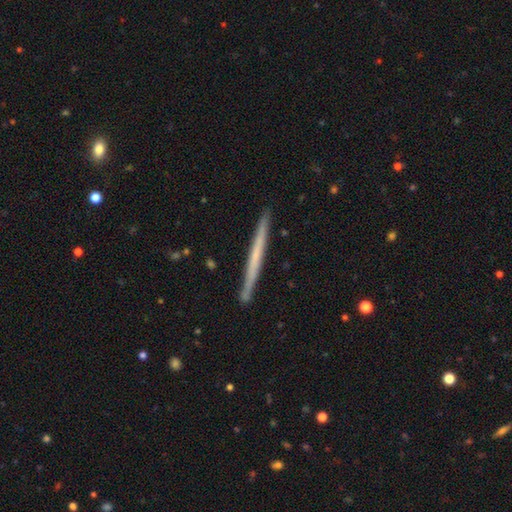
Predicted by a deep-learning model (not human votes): A featured or disk galaxy (50%) viewed edge-on (97%).

Vote fractions:
- Smooth or featured? featured or disk: 50% / smooth: 45% / star or artifact: 5%
- Edge-on disk? yes: 97% / no: 3%
- Merging? none: 91% / minor disturbance: 7% / merger: 1% / major disturbance: 1%